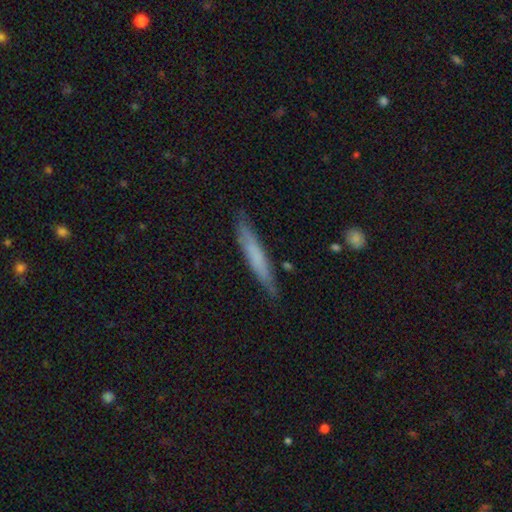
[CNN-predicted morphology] type=smooth (60%); roundness=cigar-shaped (94%); merging=none (83%).